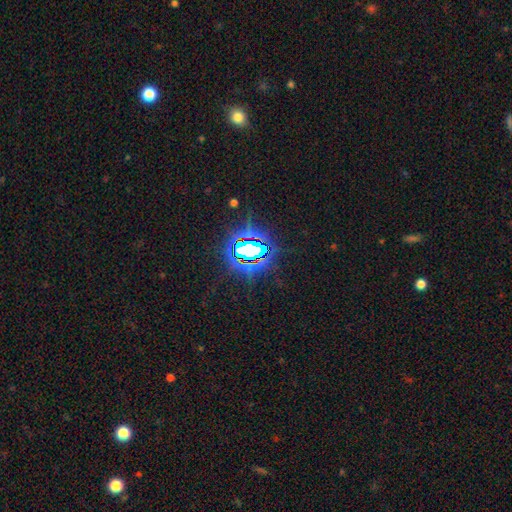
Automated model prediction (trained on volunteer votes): smooth-or-featured: star or artifact: 78% | featured or disk: 11% | smooth: 11%